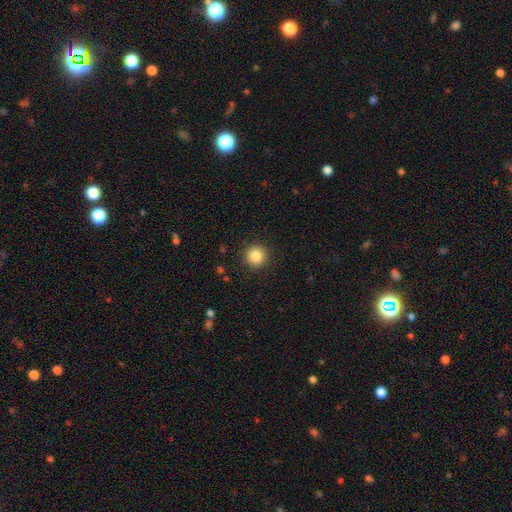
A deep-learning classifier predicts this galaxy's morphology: type=smooth (85%); roundness=round (95%); merging=none (91%).